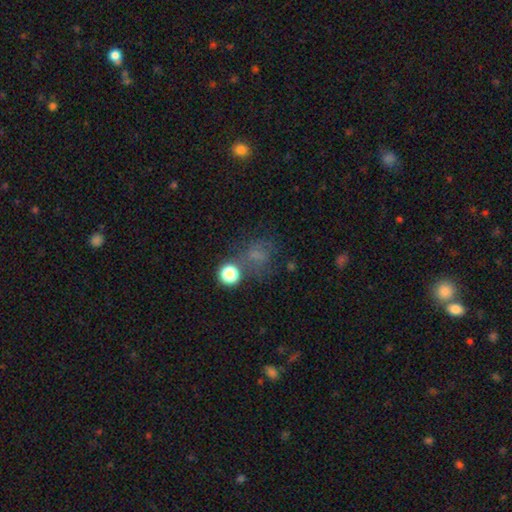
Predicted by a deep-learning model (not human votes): Smooth or featured? smooth (53%)
How rounded? round (66%)
Merging? none (55%)